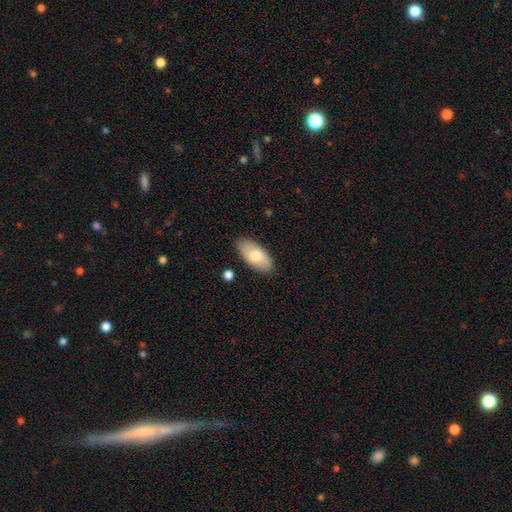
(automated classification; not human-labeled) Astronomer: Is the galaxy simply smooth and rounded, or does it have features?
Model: smooth — 75%.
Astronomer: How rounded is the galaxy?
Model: in between — 93%.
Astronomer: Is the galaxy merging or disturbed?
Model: none — 85%.